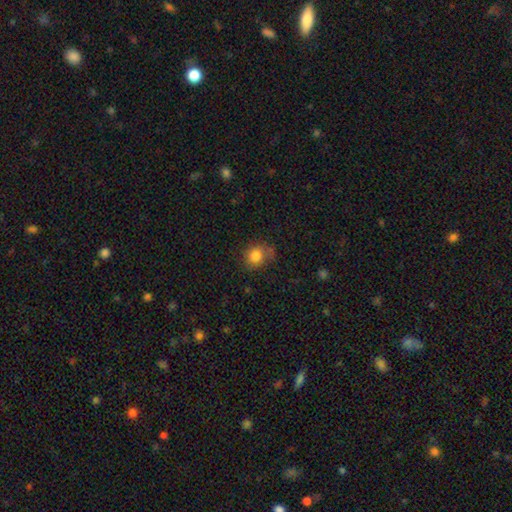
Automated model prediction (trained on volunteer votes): smooth_or_featured: smooth (p=0.82) [alt: star or artifact p=0.11]
how_rounded: round (p=0.73) [alt: in between p=0.26]
merging: none (p=0.65) [alt: minor disturbance p=0.24]